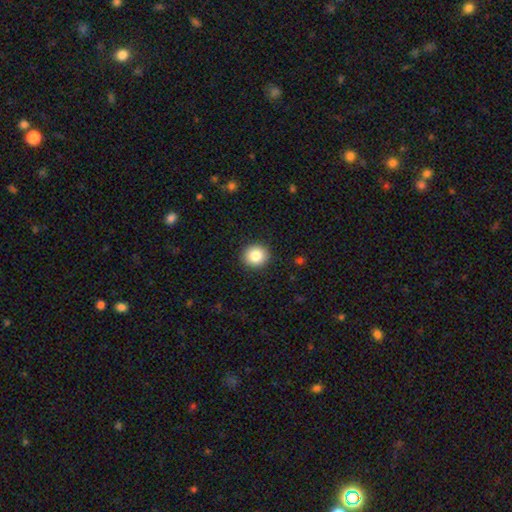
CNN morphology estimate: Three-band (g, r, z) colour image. It shows a smooth galaxy with no disk features (84%) that is round (86%). Merging: none (92%).